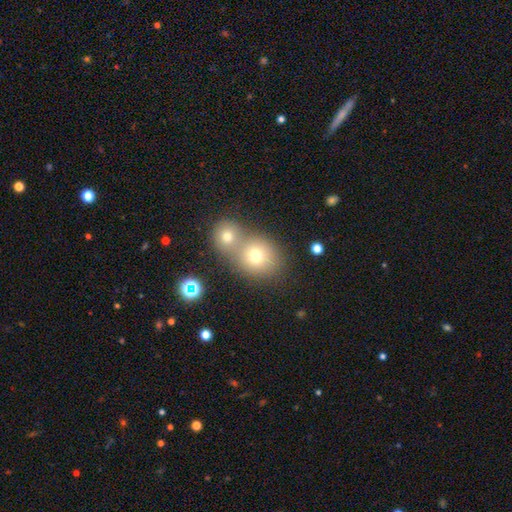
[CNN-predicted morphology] Smooth or featured? Predicted: smooth (p=0.72). How rounded? Predicted: round (p=0.76). Merging? Predicted: merger (p=0.48).